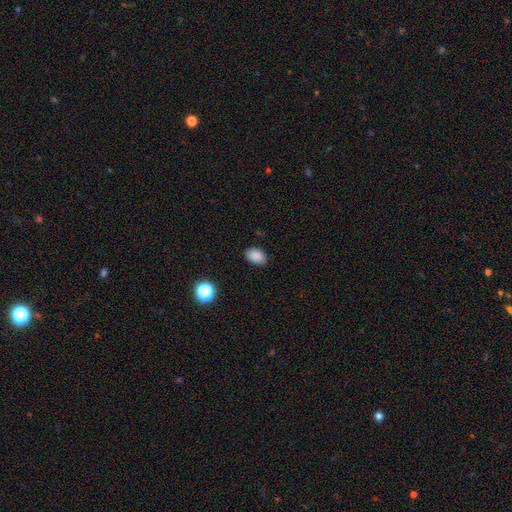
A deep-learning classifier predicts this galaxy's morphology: Smooth or featured? smooth (86%)
How rounded? in between (83%)
Merging? none (85%)